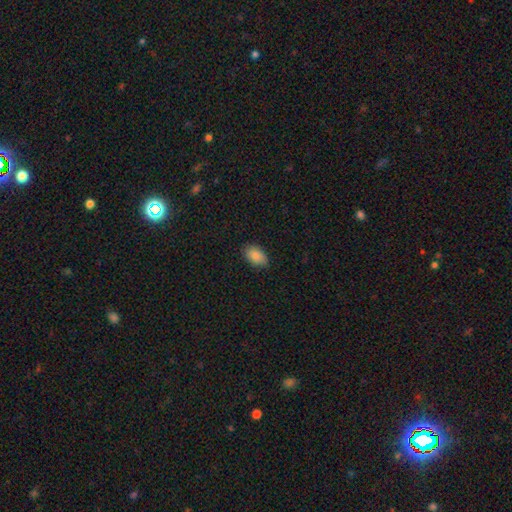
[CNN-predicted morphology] Smooth or featured? Predicted: smooth (p=0.88). How rounded? Predicted: in between (p=0.92). Merging? Predicted: none (p=0.85).